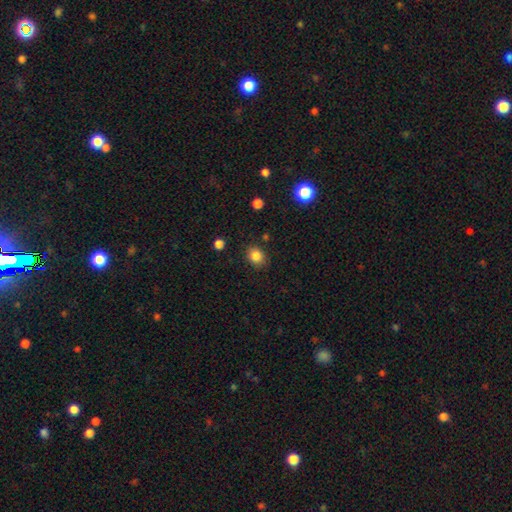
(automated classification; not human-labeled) This appears to be a smooth galaxy with no disk features (84%) that is round (61%). Merging: none (84%).